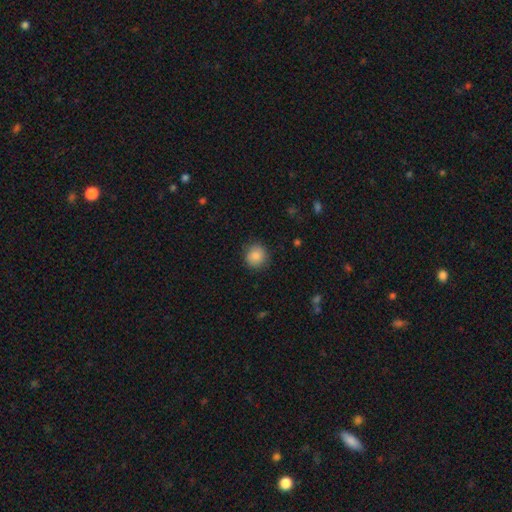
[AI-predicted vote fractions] This is clearly a smooth galaxy (88%). How rounded: clearly round (89%). Merging: clearly none (87%).